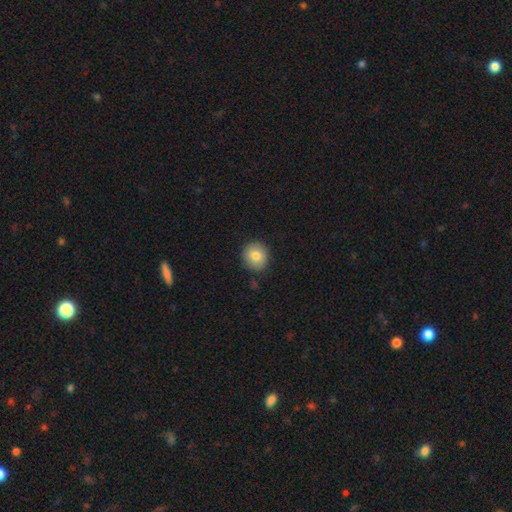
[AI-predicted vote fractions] This is clearly a smooth galaxy (82%). How rounded: clearly round (86%). Merging: clearly none (87%).